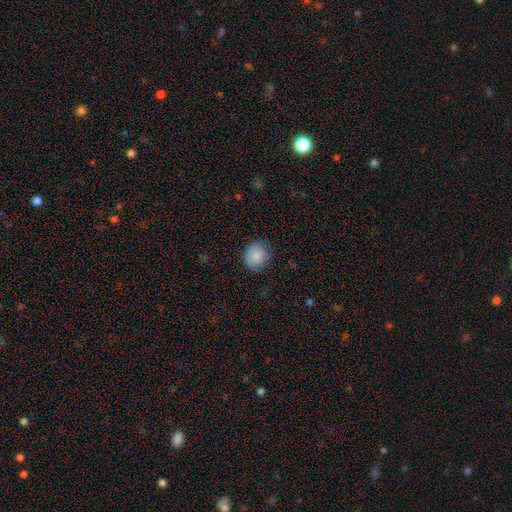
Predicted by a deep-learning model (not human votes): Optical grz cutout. It shows a smooth galaxy with no disk features (88%) that is round (69%). Merging: none (80%).